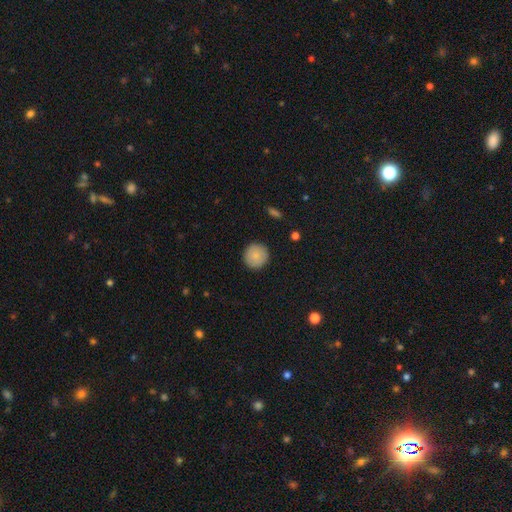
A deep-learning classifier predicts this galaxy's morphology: Overall: smooth (84%). How rounded: round (95%). Merging: none (91%).